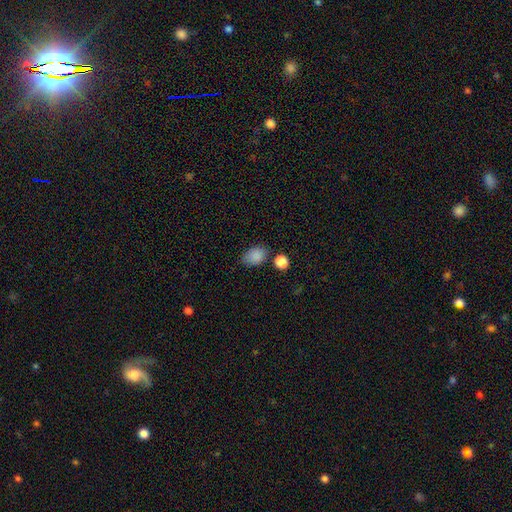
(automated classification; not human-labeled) This is clearly a smooth galaxy (86%). How rounded: likely in between (79%). Merging: likely none (65%).